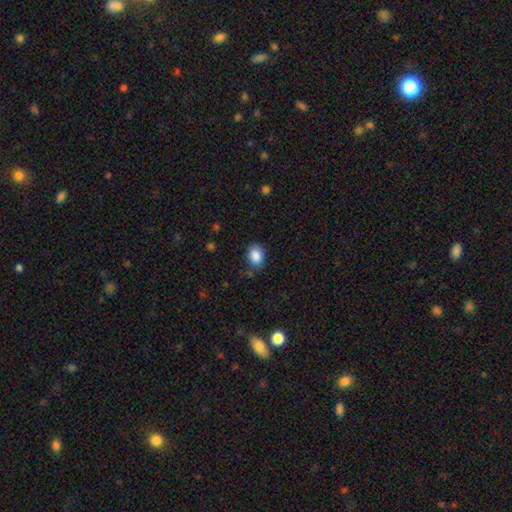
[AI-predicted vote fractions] smooth 87%, star or artifact 8%, featured or disk 5%. Down the decision tree: how rounded — in between (60%); merging — none (80%).